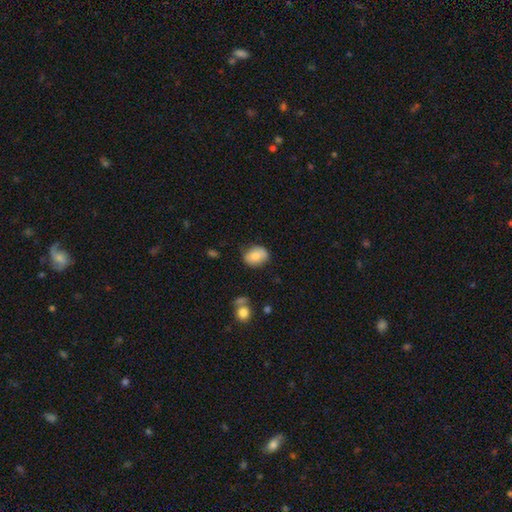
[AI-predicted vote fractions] smooth_or_featured: smooth (p=0.78) [alt: featured or disk p=0.15]
how_rounded: in between (p=0.67) [alt: round p=0.32]
merging: none (p=0.75) [alt: minor disturbance p=0.19]